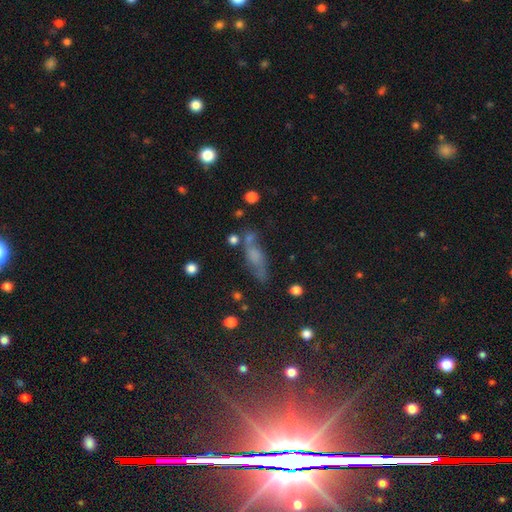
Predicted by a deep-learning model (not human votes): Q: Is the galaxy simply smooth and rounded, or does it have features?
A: star or artifact — 38%.